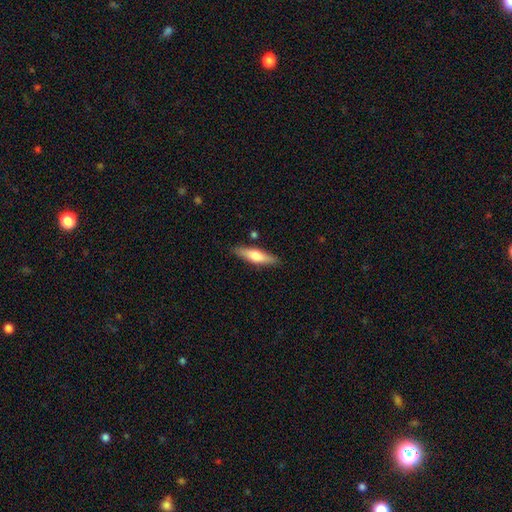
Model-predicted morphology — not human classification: Smooth or featured?
  - smooth: 58% *
  - featured or disk: 36%
  - star or artifact: 6%
How rounded?
  - cigar-shaped: 70% *
  - in between: 28%
  - round: 2%
Merging?
  - none: 85% *
  - minor disturbance: 10%
  - merger: 3%
  - major disturbance: 2%